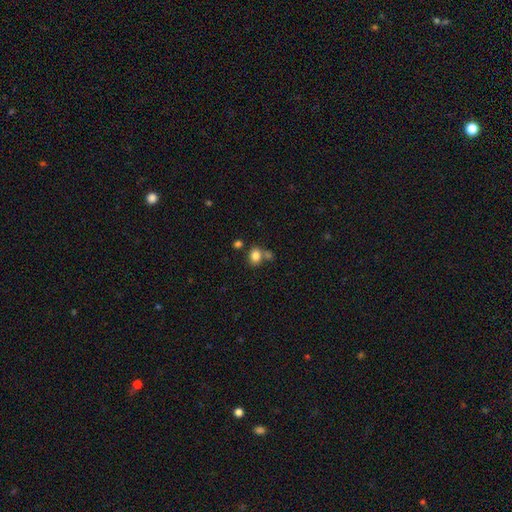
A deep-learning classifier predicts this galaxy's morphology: The model was most divided on "how rounded": in between: 58%, round: 41%, cigar-shaped: 1%. More confident: smooth or featured — smooth (83%); merging — none (62%).